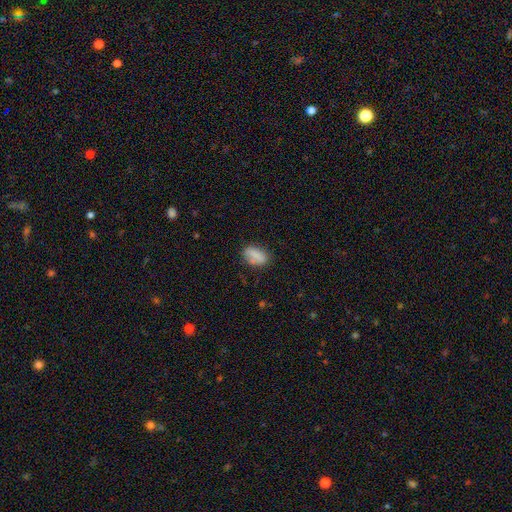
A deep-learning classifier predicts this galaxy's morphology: The model was most divided on "merging": none: 74%, minor disturbance: 19%, major disturbance: 5%, merger: 2%. More confident: how rounded — in between (90%); smooth or featured — smooth (83%).